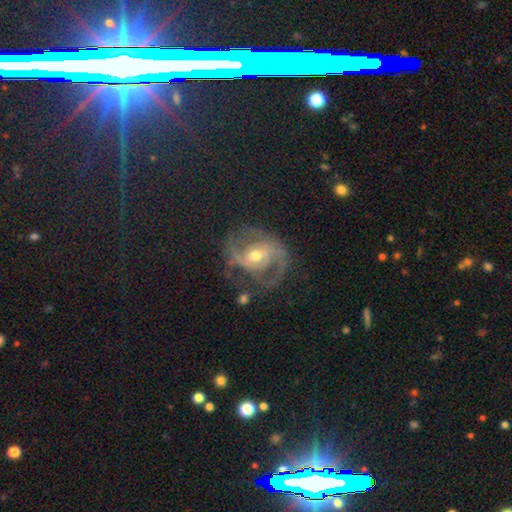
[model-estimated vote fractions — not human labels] Overall: featured or disk (83%). Edge-on disk: no (97%). Bar: weak (42%; no 41%). Spiral arms: yes (93%). Spiral arm count: 2 (71%). Spiral winding: medium (50%; tight 29%). Bulge size: moderate (68%). Merging: none (59%; minor disturbance 21%).